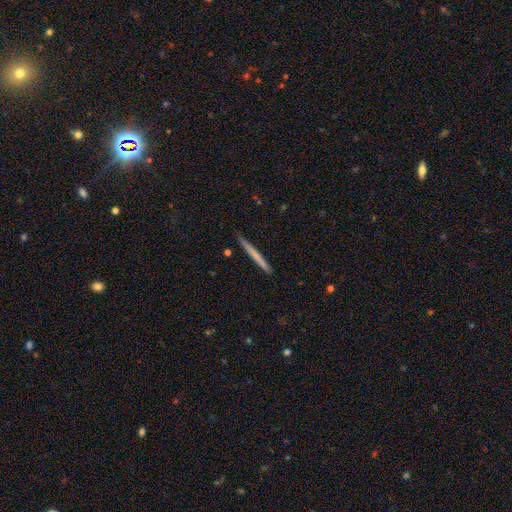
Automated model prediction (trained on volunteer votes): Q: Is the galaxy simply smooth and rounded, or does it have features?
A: smooth — 61%.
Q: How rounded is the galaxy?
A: cigar-shaped — 97%.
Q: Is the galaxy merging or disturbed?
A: none — 90%.